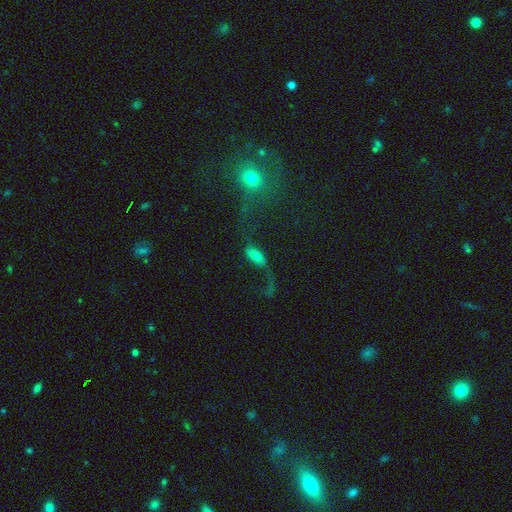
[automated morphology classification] Smooth or featured: smooth — 52% (featured or disk — 36%)
How rounded: in between — 80% (cigar-shaped — 15%)
Merging: major disturbance — 42% (none — 31%)